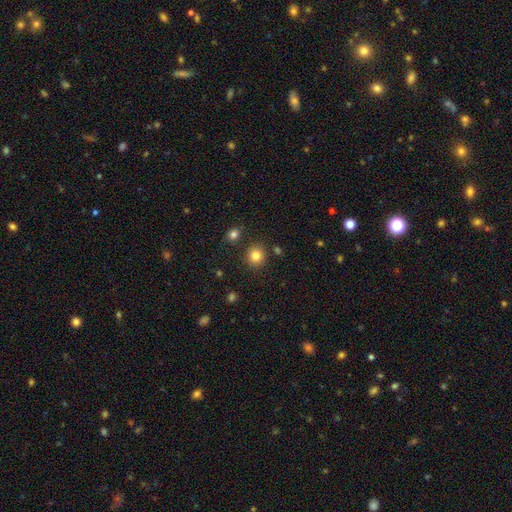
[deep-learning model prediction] The model was most divided on "smooth or featured": smooth: 84%, star or artifact: 11%, featured or disk: 5%. More confident: how rounded — round (87%); merging — none (86%).